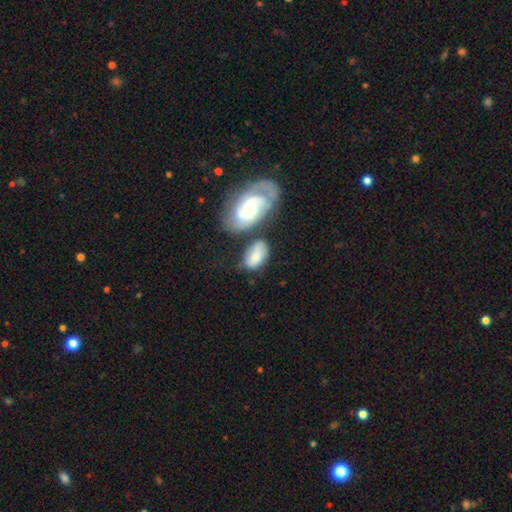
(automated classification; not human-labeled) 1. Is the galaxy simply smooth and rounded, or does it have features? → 66% smooth, 26% featured or disk, 7% star or artifact.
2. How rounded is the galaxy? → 91% in between, 7% round, 2% cigar-shaped.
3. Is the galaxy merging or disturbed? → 38% none, 28% merger, 22% minor disturbance, 12% major disturbance.